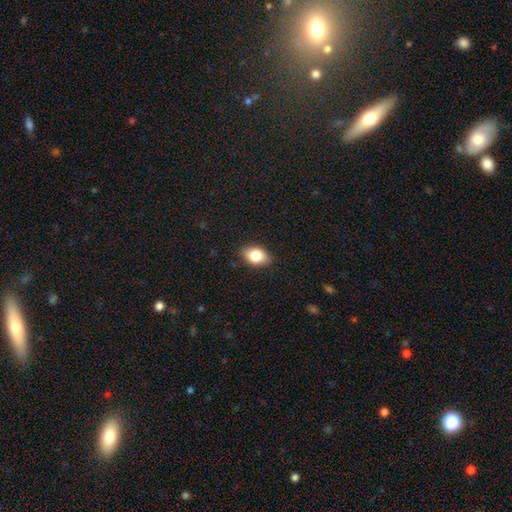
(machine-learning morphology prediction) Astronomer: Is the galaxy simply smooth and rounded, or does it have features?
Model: smooth — 82%.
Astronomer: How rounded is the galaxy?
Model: in between — 83%.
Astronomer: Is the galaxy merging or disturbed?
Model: none — 86%.